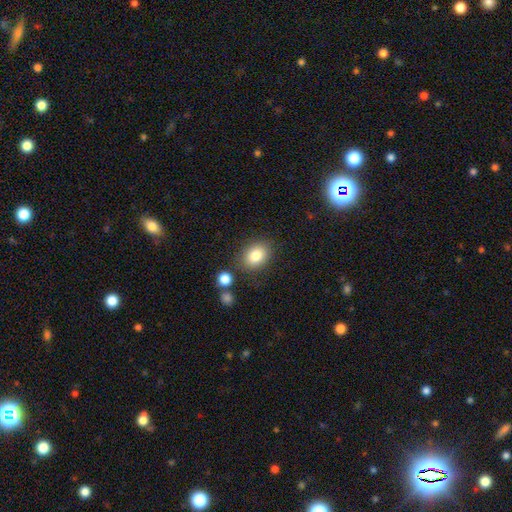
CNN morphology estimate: This appears to be a smooth galaxy with no disk features (83%) that is in between round and cigar-shaped (66%). Merging: none (80%).